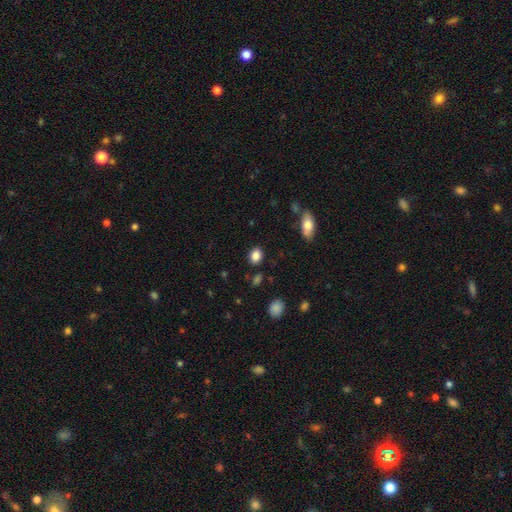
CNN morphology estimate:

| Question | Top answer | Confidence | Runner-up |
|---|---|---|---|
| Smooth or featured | smooth | 86% | star or artifact (9%) |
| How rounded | in between | 55% | round (43%) |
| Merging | none | 86% | minor disturbance (10%) |